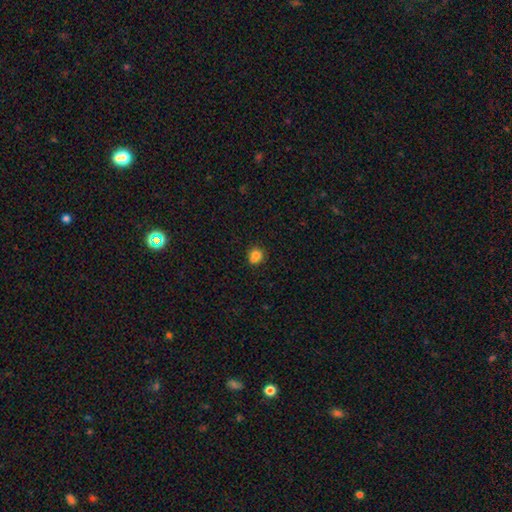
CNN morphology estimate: Smooth or featured? Predicted: smooth (p=0.78). How rounded? Predicted: round (p=0.84). Merging? Predicted: none (p=0.58).